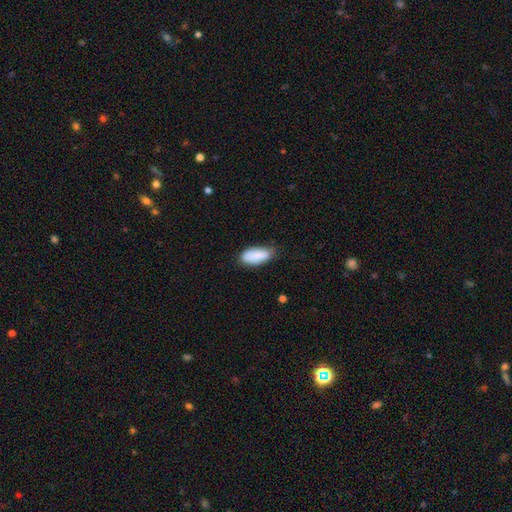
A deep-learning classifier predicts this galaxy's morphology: A smooth galaxy with no disk features (88%) that is in between round and cigar-shaped (90%).

Vote fractions:
- Smooth or featured? smooth: 88% / star or artifact: 6% / featured or disk: 6%
- How rounded? in between: 90% / cigar-shaped: 8% / round: 2%
- Merging? none: 70% / minor disturbance: 25% / major disturbance: 4% / merger: 2%